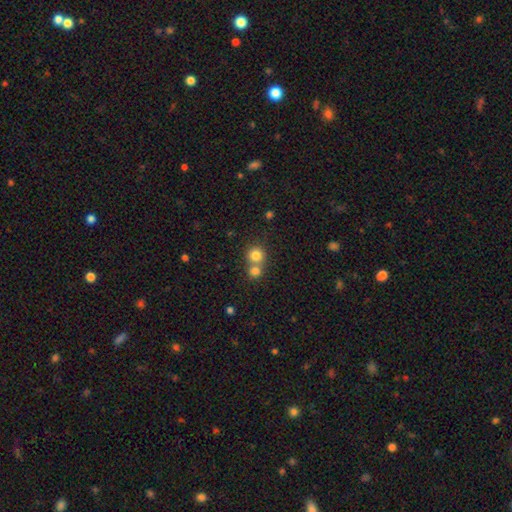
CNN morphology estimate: Smooth or featured? Predicted: smooth (p=0.80). How rounded? Predicted: round (p=0.90). Merging? Predicted: none (p=0.47).